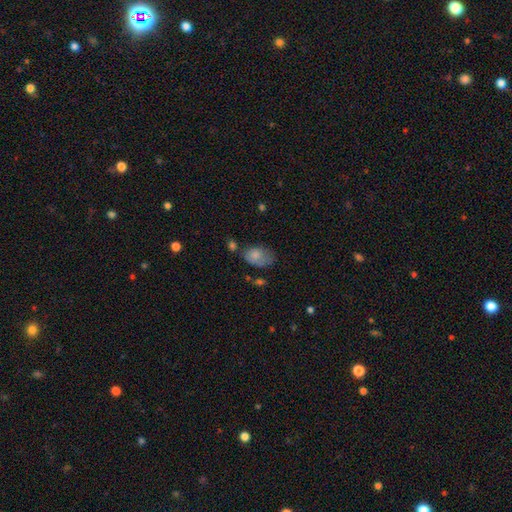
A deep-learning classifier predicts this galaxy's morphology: type=smooth (76%); roundness=in between (85%); merging=none (37%).